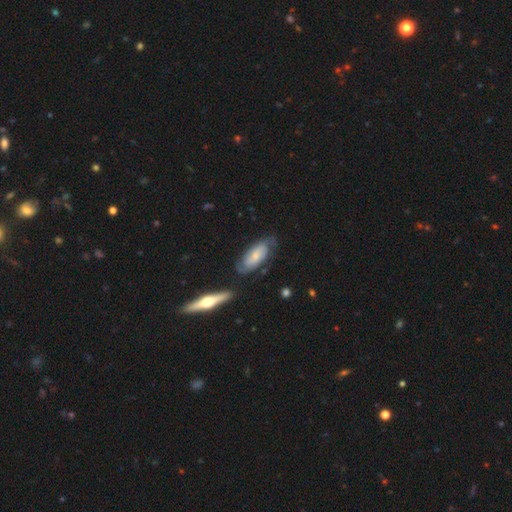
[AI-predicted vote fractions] This appears to be a featured or disk galaxy (58%). Merging: none (67%).